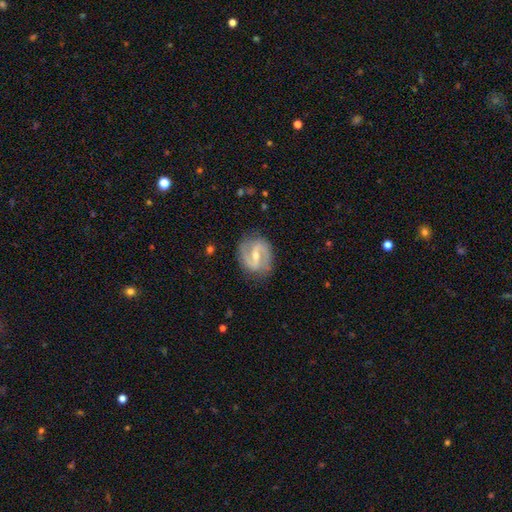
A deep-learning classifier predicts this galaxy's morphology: smooth_or_featured: featured or disk (p=0.88) [alt: smooth p=0.08]
disk_edge_on: no (p=0.97) [alt: yes p=0.03]
bar: weak (p=0.43) [tied with: strong p=0.43]
has_spiral_arms: yes (p=0.95) [alt: no p=0.05]
spiral_winding: medium (p=0.55) [alt: tight p=0.24]
spiral_arm_count: 2 (p=0.92) [alt: can't tell p=0.03]
bulge_size: small (p=0.51) [alt: moderate p=0.45]
merging: none (p=0.83) [alt: minor disturbance p=0.12]